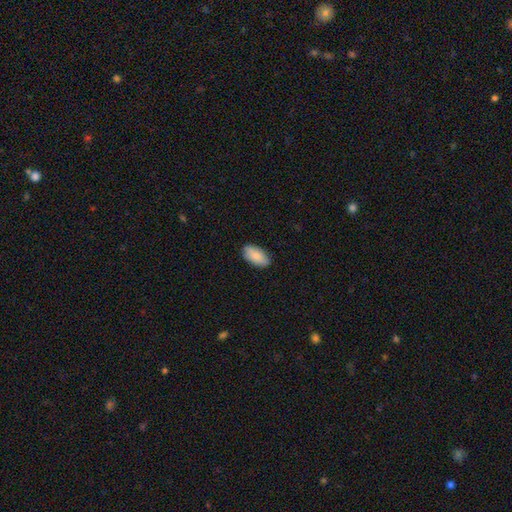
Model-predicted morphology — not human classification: smooth_or_featured: smooth (p=0.86) [alt: featured or disk p=0.08]
how_rounded: in between (p=0.94) [alt: cigar-shaped p=0.03]
merging: none (p=0.86) [alt: minor disturbance p=0.11]